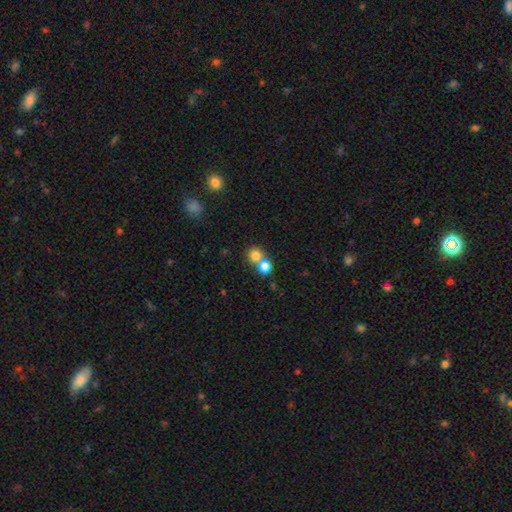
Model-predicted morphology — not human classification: Smooth or featured? Predicted: smooth (p=0.79). How rounded? Predicted: round (p=0.87). Merging? Predicted: none (p=0.46, tied with merger).